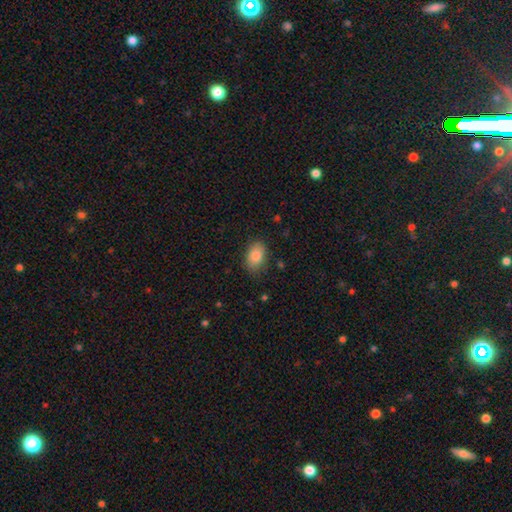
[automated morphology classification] Smooth or featured?
  - smooth: 85% *
  - star or artifact: 8%
  - featured or disk: 7%
How rounded?
  - in between: 89% *
  - round: 10%
  - cigar-shaped: 2%
Merging?
  - none: 81% *
  - minor disturbance: 14%
  - major disturbance: 3%
  - merger: 1%